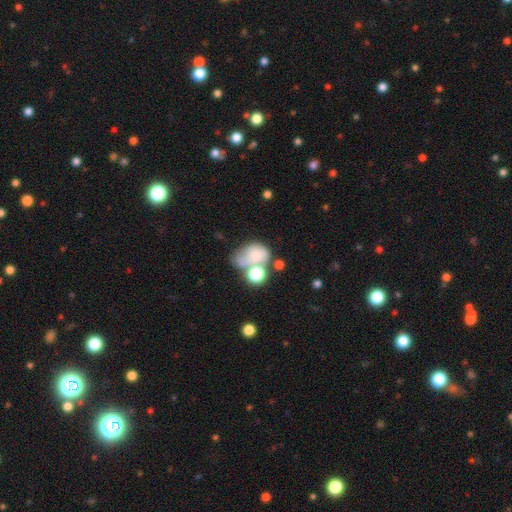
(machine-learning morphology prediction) The model was most divided on "merging": merger: 38%, none: 23%, major disturbance: 21%, minor disturbance: 18%. More confident: how rounded — in between (63%); smooth or featured — smooth (60%).